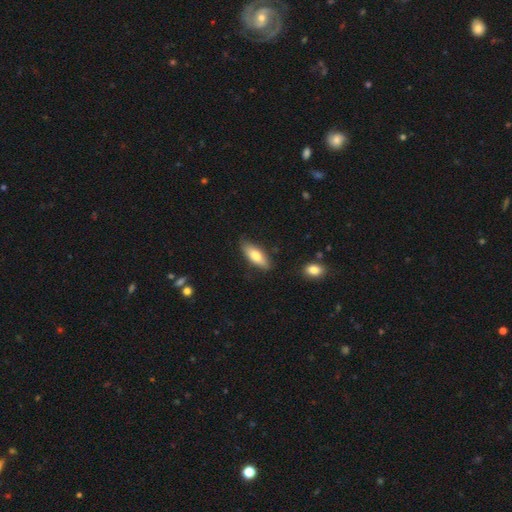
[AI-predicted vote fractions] smooth_or_featured: smooth (p=0.71) [alt: featured or disk p=0.23]
how_rounded: in between (p=0.68) [alt: cigar-shaped p=0.29]
merging: none (p=0.80) [alt: minor disturbance p=0.15]